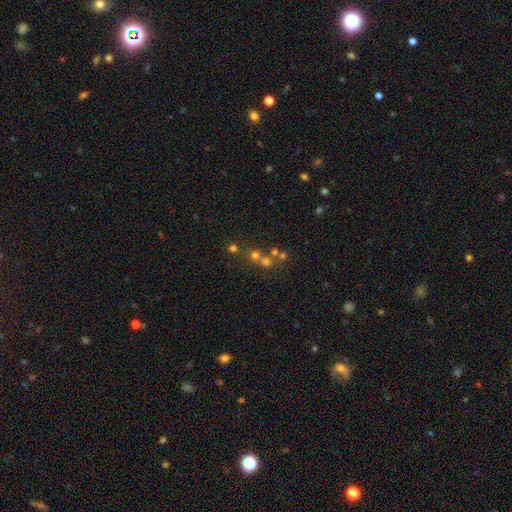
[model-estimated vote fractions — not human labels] smooth-or-featured: smooth: 44% | star or artifact: 37% | featured or disk: 19%
  merging: none: 53% | merger: 35% | minor disturbance: 7% | major disturbance: 5%